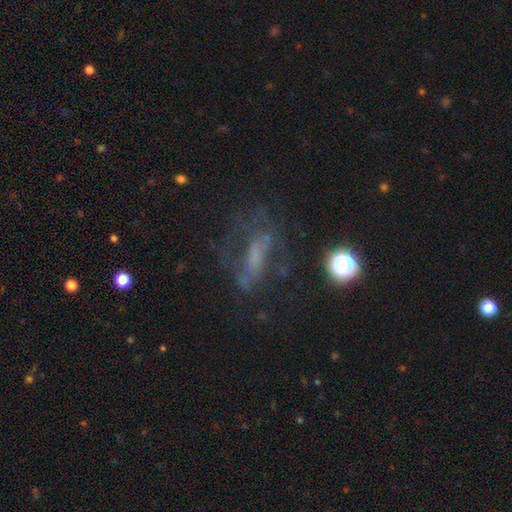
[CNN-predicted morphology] Smooth or featured? featured or disk (50%)
Edge-on disk? no (81%)
Merging? none (51%)